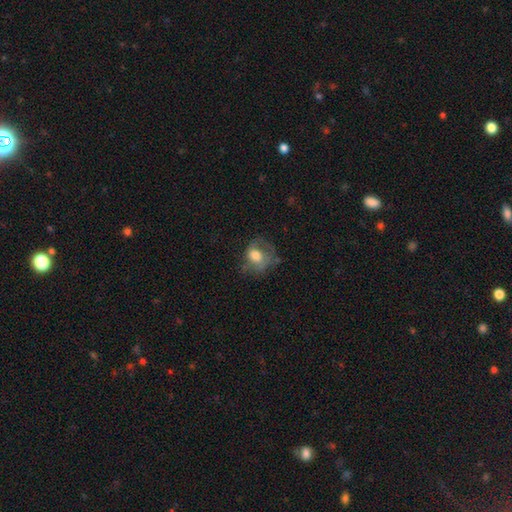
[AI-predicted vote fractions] Q: Smooth or featured?
A: smooth (55%); runner-up: featured or disk (37%)
Q: How rounded?
A: round (54%); runner-up: in between (44%)
Q: Merging?
A: none (40%); runner-up: major disturbance (32%)